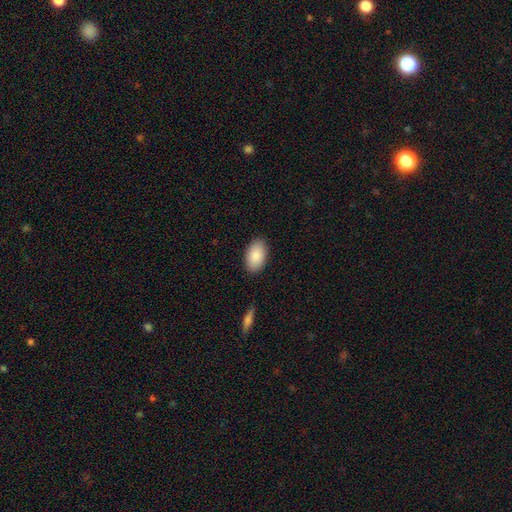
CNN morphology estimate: smooth 88%, star or artifact 6%, featured or disk 6%. Down the decision tree: how rounded — in between (94%); merging — none (88%).